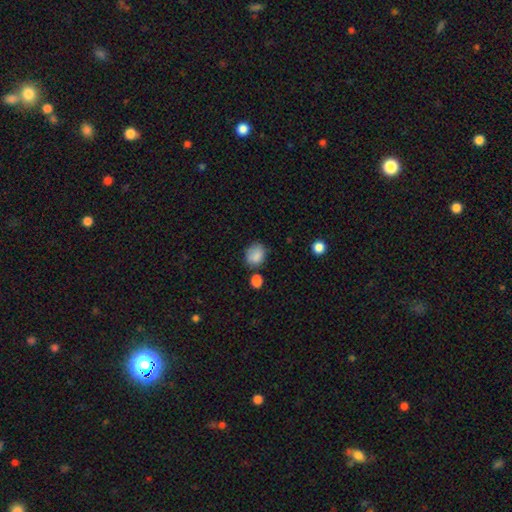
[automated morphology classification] Overall: smooth (85%). How rounded: round (53%; in between 46%). Merging: none (61%; minor disturbance 23%).